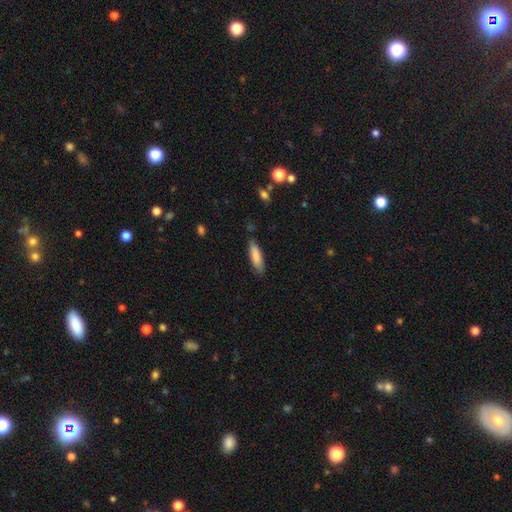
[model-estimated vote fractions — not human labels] Smooth or featured?
  - smooth: 82% *
  - featured or disk: 12%
  - star or artifact: 6%
How rounded?
  - cigar-shaped: 59% *
  - in between: 39%
  - round: 1%
Merging?
  - none: 77% *
  - minor disturbance: 18%
  - major disturbance: 3%
  - merger: 2%